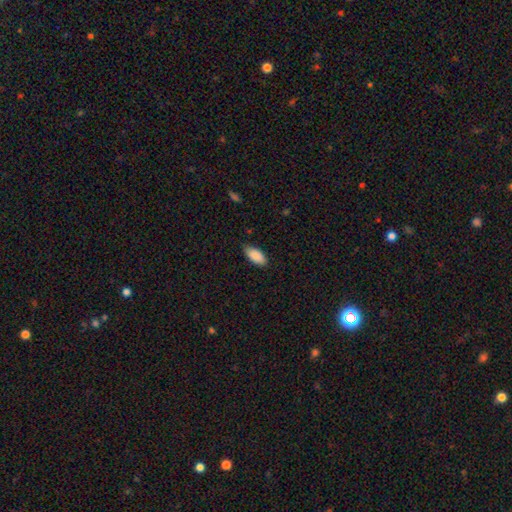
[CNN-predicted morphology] This is clearly a smooth galaxy (89%). How rounded: clearly in between (91%). Merging: likely none (79%).